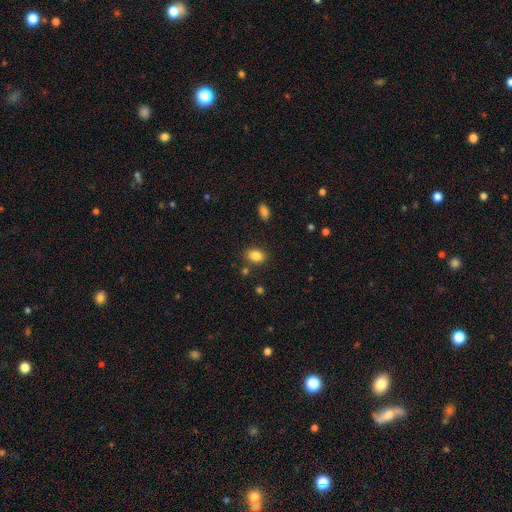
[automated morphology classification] Smooth or featured: smooth — 86% (star or artifact — 9%)
How rounded: in between — 78% (round — 21%)
Merging: none — 82% (minor disturbance — 11%)